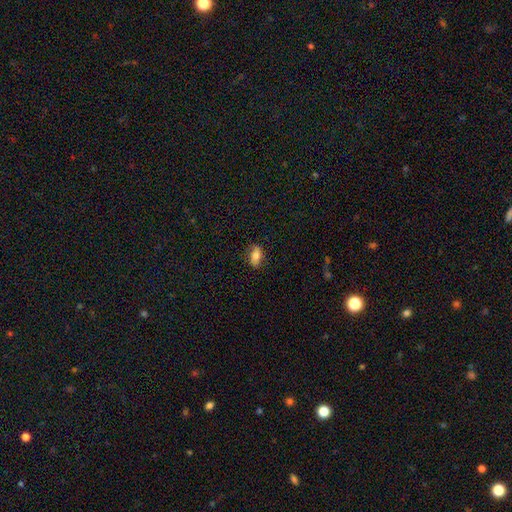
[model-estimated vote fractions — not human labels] This appears to be a smooth galaxy with no disk features (67%) that is in between round and cigar-shaped (85%). Merging: none (78%).